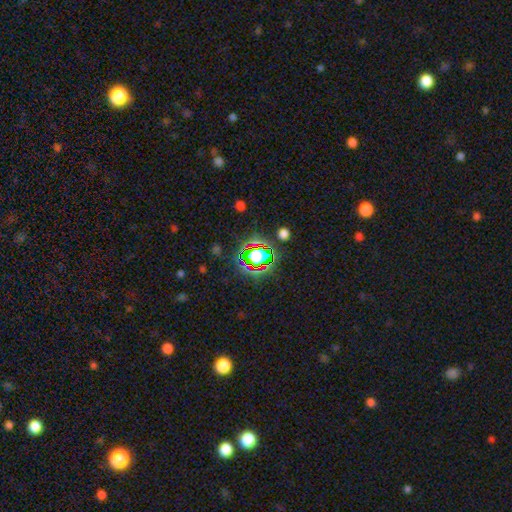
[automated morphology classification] smooth_or_featured: star or artifact (p=0.62) [alt: smooth p=0.25]